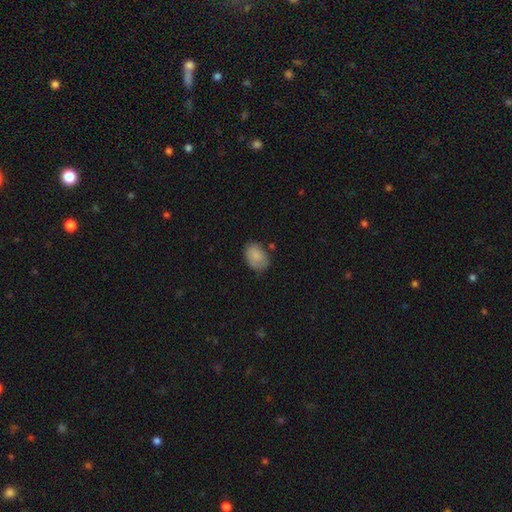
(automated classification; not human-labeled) The model was most divided on "merging": none: 68%, minor disturbance: 24%, major disturbance: 5%, merger: 3%. More confident: smooth or featured — smooth (84%); how rounded — in between (79%).